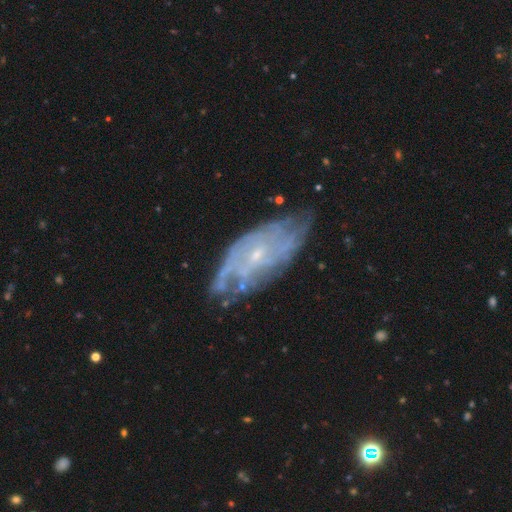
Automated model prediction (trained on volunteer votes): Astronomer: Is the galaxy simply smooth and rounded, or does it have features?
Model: featured or disk — 77%.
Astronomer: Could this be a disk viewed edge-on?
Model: no — 90%.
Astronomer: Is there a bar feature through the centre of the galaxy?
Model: no — 61%.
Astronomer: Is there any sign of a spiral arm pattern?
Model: yes — 75%.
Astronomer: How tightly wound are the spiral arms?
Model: tight — 55% (runner-up: medium, 32%).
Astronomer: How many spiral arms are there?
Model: can't tell — 58%.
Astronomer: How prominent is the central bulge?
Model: small — 79%.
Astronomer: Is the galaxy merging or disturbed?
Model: none — 62%.